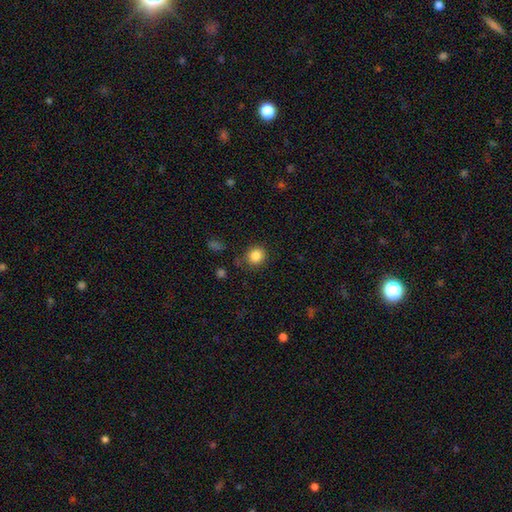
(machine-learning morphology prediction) Overall: smooth (85%). How rounded: round (84%). Merging: none (79%).